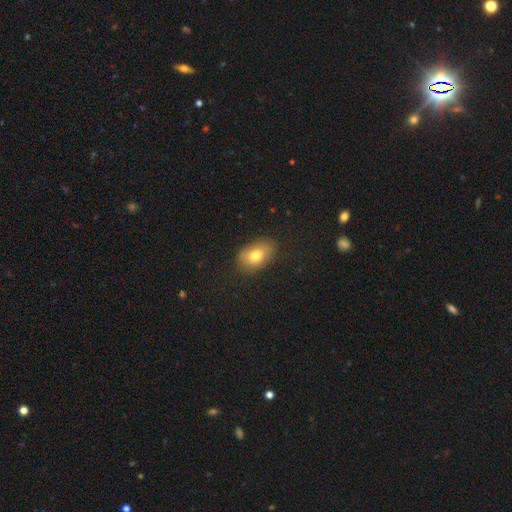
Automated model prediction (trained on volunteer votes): Smooth or featured? Predicted: smooth (p=0.76). How rounded? Predicted: in between (p=0.84). Merging? Predicted: none (p=0.82).